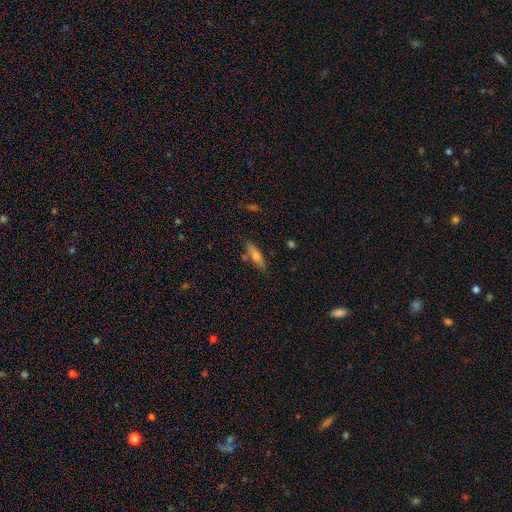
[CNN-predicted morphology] Smooth or featured? smooth (65%)
How rounded? cigar-shaped (59%)
Merging? none (75%)